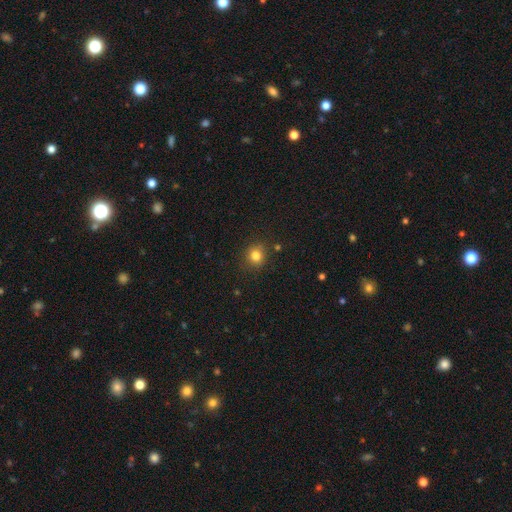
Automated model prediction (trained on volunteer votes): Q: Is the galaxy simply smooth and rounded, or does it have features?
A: smooth — 81%.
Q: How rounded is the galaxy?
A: round — 85%.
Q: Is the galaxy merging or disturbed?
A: none — 85%.